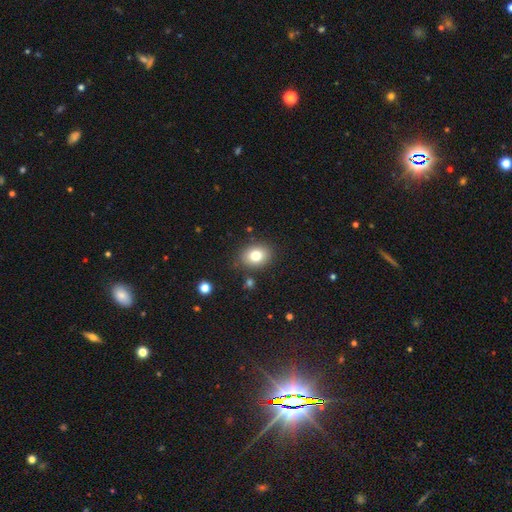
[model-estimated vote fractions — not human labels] This appears to be a smooth galaxy with no disk features (79%) that is in between round and cigar-shaped (55%). Merging: none (84%).